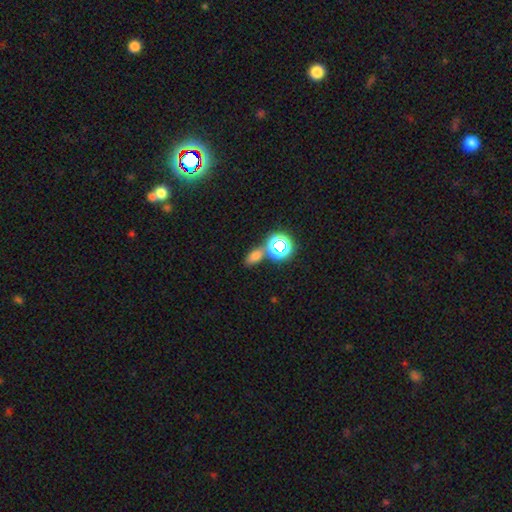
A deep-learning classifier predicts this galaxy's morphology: This is likely a smooth galaxy (64%). How rounded: likely in between (77%). Merging: likely none (67%).